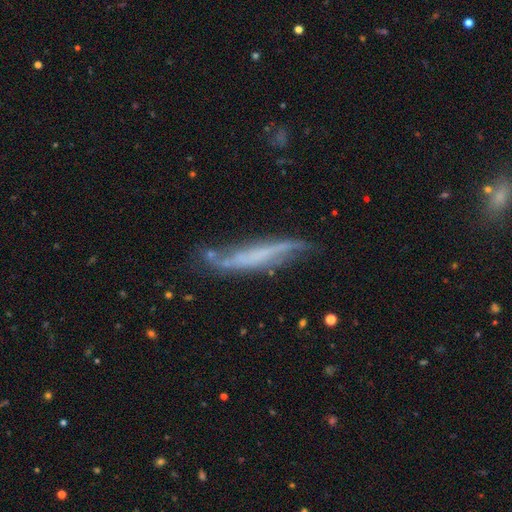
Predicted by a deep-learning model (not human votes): Smooth or featured: featured or disk — 60% (smooth — 31%)
Edge-on disk: yes — 63% (no — 37%)
Merging: none — 52% (minor disturbance — 29%)